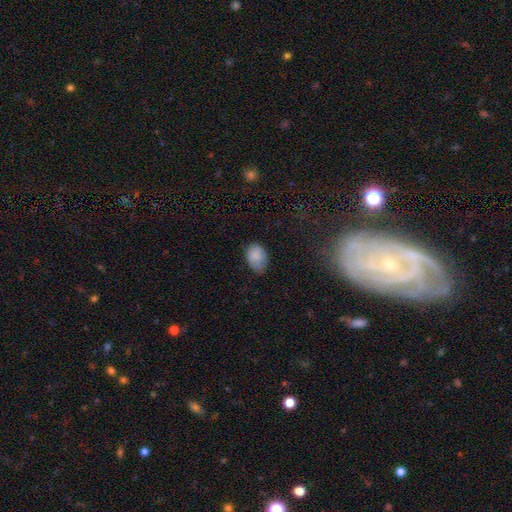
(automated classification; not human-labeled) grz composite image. It shows a smooth galaxy with no disk features (86%) that is in between round and cigar-shaped (81%). Merging: none (61%).